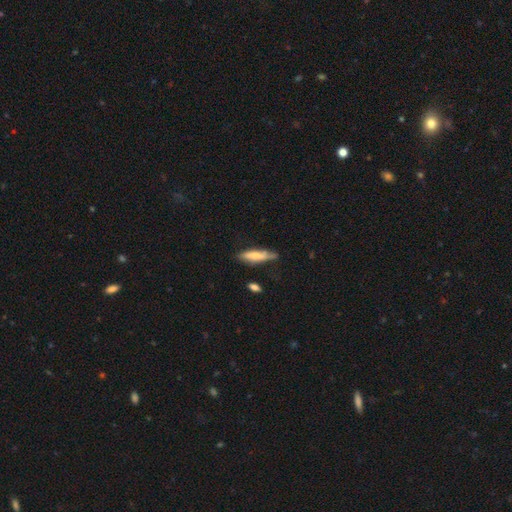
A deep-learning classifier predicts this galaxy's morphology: Overall: smooth (62%; featured or disk 32%). How rounded: cigar-shaped (71%). Merging: none (58%; minor disturbance 30%).